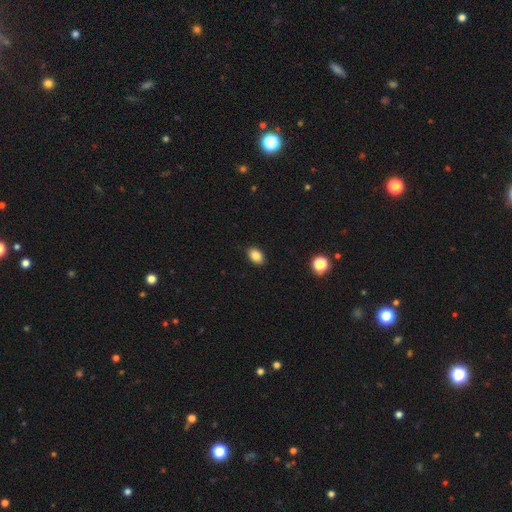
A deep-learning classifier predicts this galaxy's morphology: Q: Smooth or featured?
A: smooth (85%); runner-up: star or artifact (9%)
Q: How rounded?
A: in between (82%); runner-up: round (17%)
Q: Merging?
A: none (88%); runner-up: minor disturbance (9%)